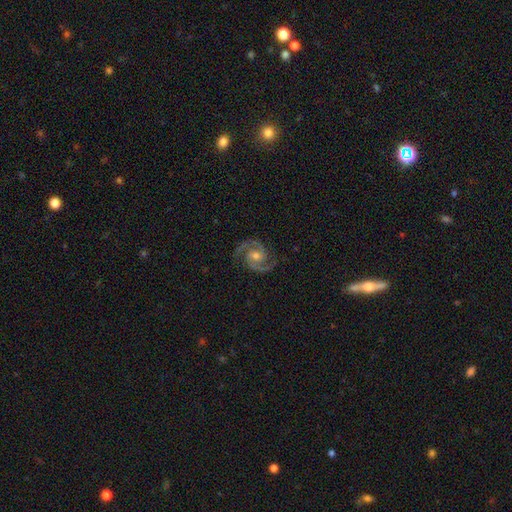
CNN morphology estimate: Smooth or featured? featured or disk (94%)
Edge-on disk? no (98%)
Bar? no (57%)
Spiral arms? yes (99%)
Spiral winding? medium (61%)
Spiral arm count? 2 (94%)
Bulge size? moderate (58%)
Merging? none (85%)